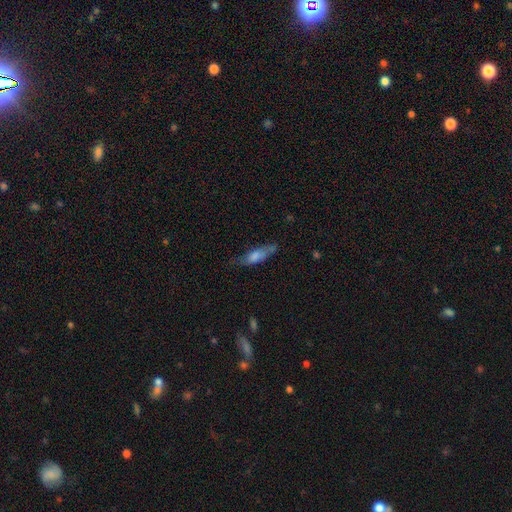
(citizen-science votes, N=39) smooth-or-featured: smooth: 64% | featured or disk: 28% | star or artifact: 8%
  how-rounded: cigar-shaped: 80% | in between: 20% | round: 0%
  merging: none: 42% | minor disturbance: 25% | major disturbance: 22% | merger: 11%